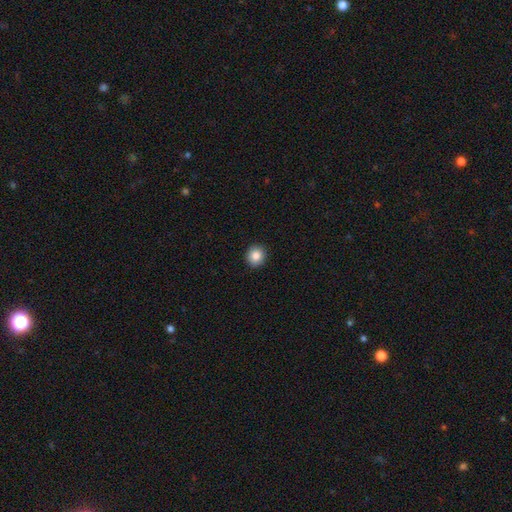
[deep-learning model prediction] smooth 86%, star or artifact 9%, featured or disk 5%. Down the decision tree: how rounded — round (88%); merging — none (92%).